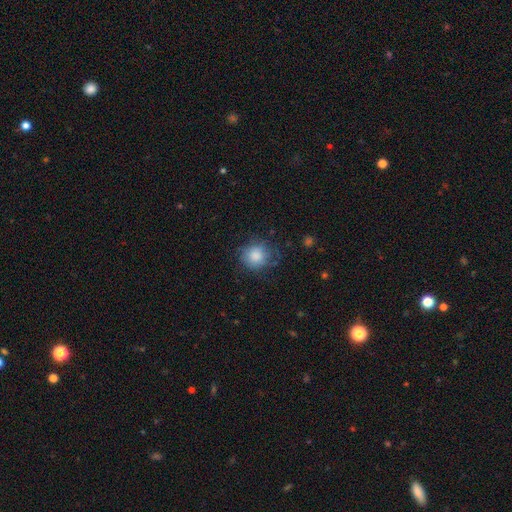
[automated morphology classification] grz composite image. It shows a smooth galaxy with no disk features (85%) that is round (87%). Merging: none (72%).